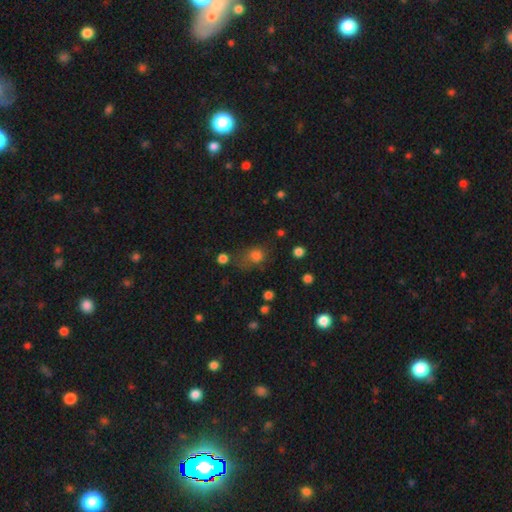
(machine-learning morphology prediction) smooth 75%, star or artifact 17%, featured or disk 8%. Down the decision tree: how rounded — round (57%); merging — none (47%).